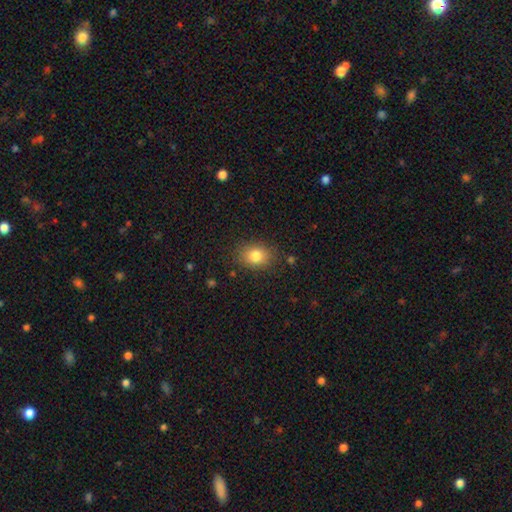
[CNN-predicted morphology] Smooth or featured?
  - smooth: 82% *
  - star or artifact: 10%
  - featured or disk: 8%
How rounded?
  - in between: 59% *
  - round: 40%
  - cigar-shaped: 1%
Merging?
  - none: 84% *
  - minor disturbance: 11%
  - major disturbance: 3%
  - merger: 1%